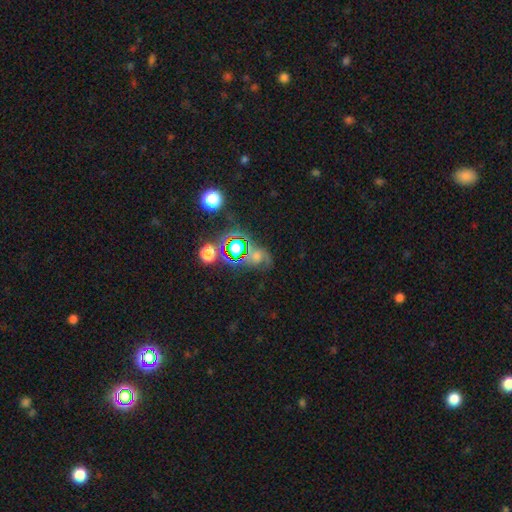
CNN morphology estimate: star or artifact 48%, featured or disk 28%, smooth 24%.